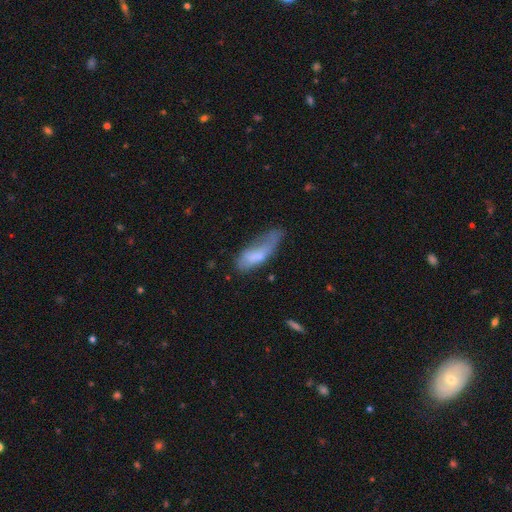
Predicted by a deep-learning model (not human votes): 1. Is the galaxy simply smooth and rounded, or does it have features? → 66% smooth, 26% featured or disk, 8% star or artifact.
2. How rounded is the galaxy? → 62% in between, 36% cigar-shaped, 2% round.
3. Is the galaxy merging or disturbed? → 35% major disturbance, 33% minor disturbance, 26% none, 6% merger.